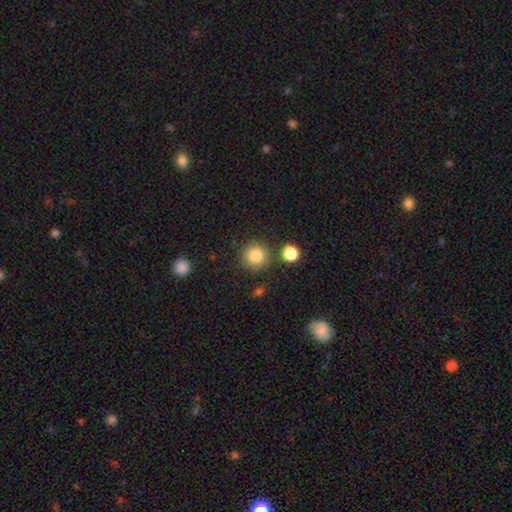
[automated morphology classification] A smooth galaxy with no disk features (84%) that is round (93%).

Vote fractions:
- Smooth or featured? smooth: 84% / star or artifact: 10% / featured or disk: 6%
- How rounded? round: 93% / in between: 6% / cigar-shaped: 1%
- Merging? none: 84% / minor disturbance: 8% / merger: 5% / major disturbance: 3%